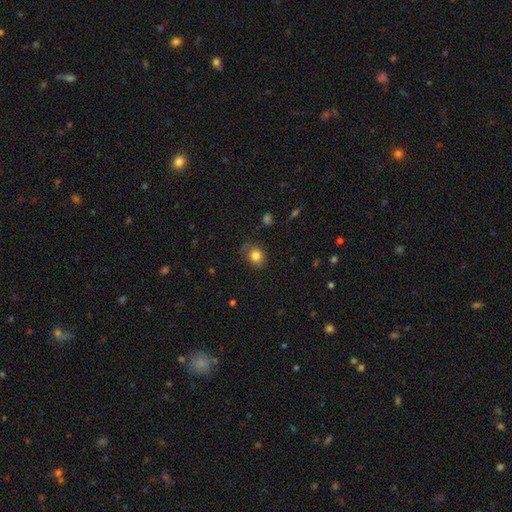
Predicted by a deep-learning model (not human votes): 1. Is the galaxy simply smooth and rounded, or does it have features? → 82% smooth, 11% star or artifact, 7% featured or disk.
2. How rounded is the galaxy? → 62% round, 37% in between, 1% cigar-shaped.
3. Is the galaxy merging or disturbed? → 70% none, 22% minor disturbance, 6% major disturbance, 2% merger.